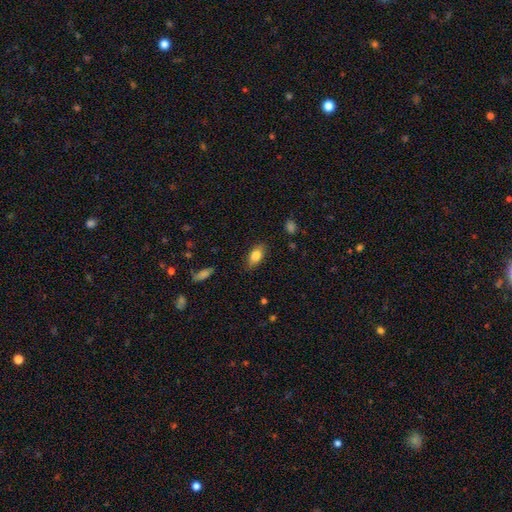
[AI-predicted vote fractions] Morphology: type=smooth (81%); roundness=in between (86%); merging=none (84%).